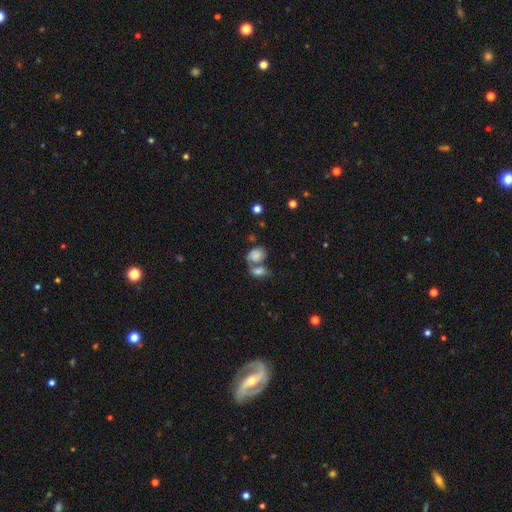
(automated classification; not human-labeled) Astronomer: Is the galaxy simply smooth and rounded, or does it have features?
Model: smooth — 73%.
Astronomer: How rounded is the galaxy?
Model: in between — 66%.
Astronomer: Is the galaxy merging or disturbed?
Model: merger — 57%.